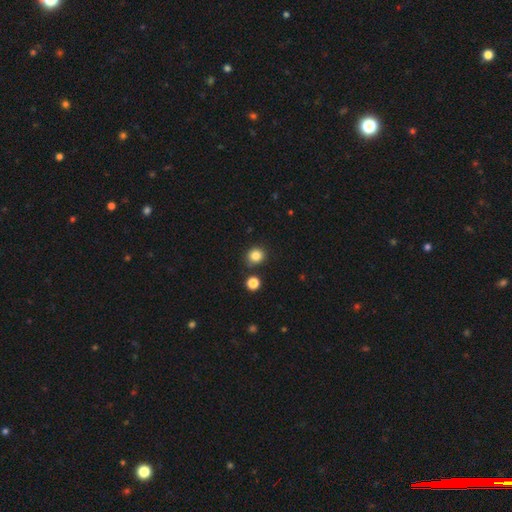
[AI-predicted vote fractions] Smooth or featured?
  - smooth: 83% *
  - star or artifact: 12%
  - featured or disk: 4%
How rounded?
  - round: 88% *
  - in between: 11%
  - cigar-shaped: 1%
Merging?
  - none: 84% *
  - minor disturbance: 8%
  - merger: 6%
  - major disturbance: 2%